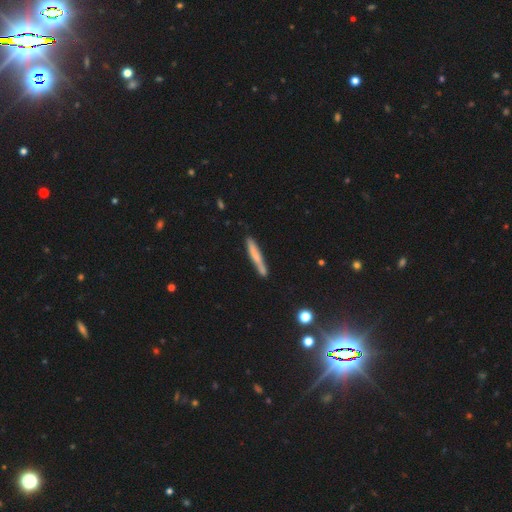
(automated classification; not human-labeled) This appears to be a smooth galaxy with no disk features (65%) that is cigar-shaped (95%). Merging: none (80%).